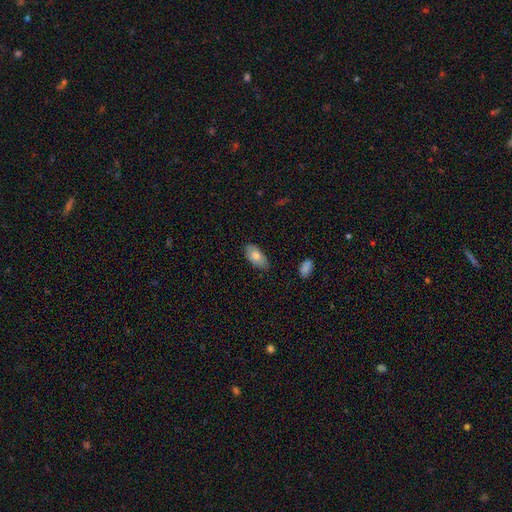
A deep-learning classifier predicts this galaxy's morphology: The model was most divided on "smooth or featured": smooth: 76%, featured or disk: 17%, star or artifact: 7%. More confident: how rounded — in between (93%); merging — none (79%).